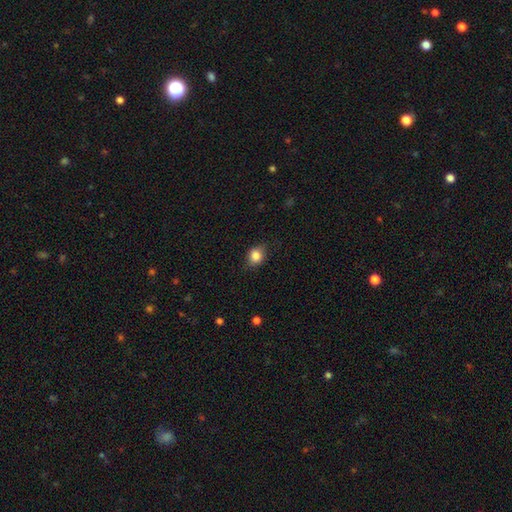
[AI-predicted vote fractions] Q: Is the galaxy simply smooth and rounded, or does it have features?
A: smooth — 83%.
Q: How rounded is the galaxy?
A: round — 60%.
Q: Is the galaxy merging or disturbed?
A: none — 78%.